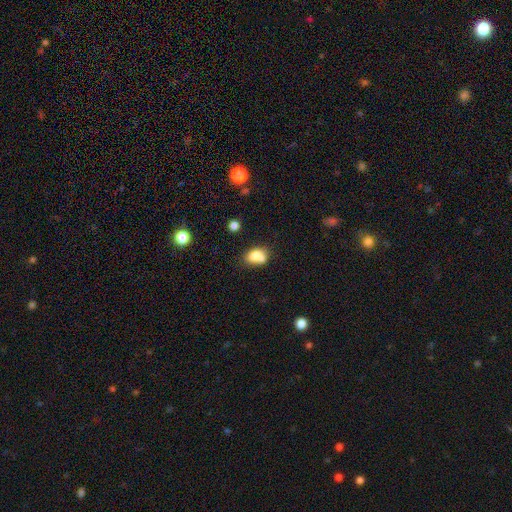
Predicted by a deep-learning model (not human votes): Morphology: type=smooth (75%); roundness=in between (68%); merging=merger (44%).